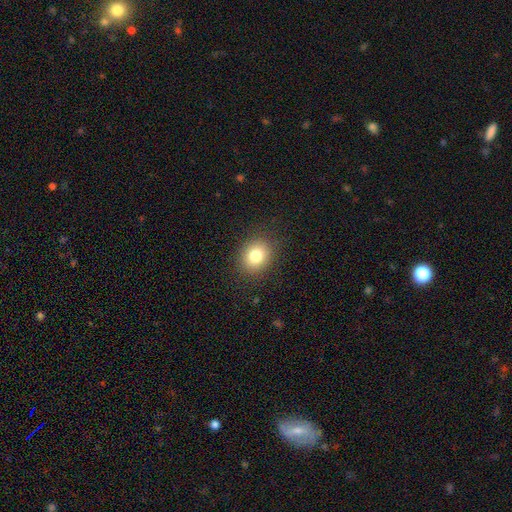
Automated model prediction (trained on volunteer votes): Smooth or featured? Predicted: smooth (p=0.80). How rounded? Predicted: round (p=0.66). Merging? Predicted: none (p=0.88).